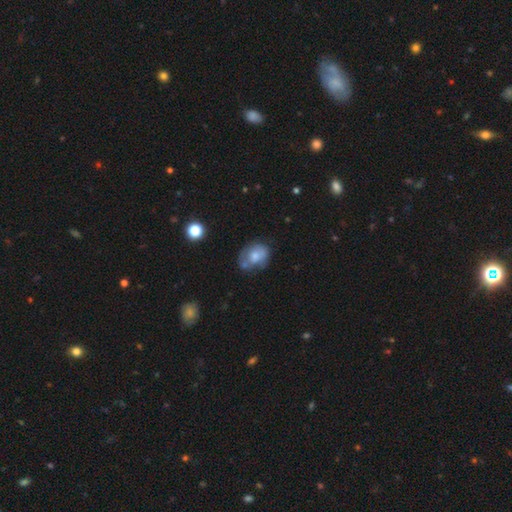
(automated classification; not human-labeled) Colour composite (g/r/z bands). It shows a smooth galaxy with no disk features (62%) that is in between round and cigar-shaped (57%). Merging: none (45%).